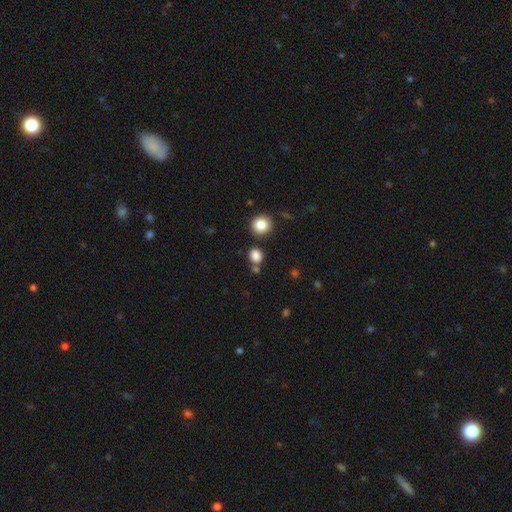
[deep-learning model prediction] smooth-or-featured: smooth: 83% | star or artifact: 13% | featured or disk: 4%
  how-rounded: round: 71% | in between: 27% | cigar-shaped: 1%
  merging: none: 73% | merger: 13% | minor disturbance: 10% | major disturbance: 4%